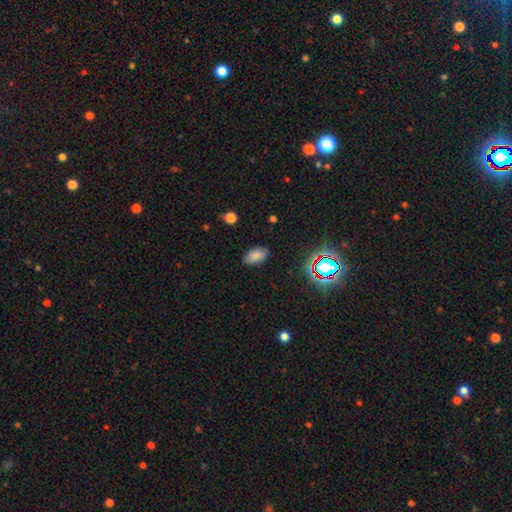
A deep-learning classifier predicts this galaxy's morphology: smooth_or_featured: smooth (p=0.81) [alt: star or artifact p=0.13]
how_rounded: in between (p=0.93) [alt: round p=0.05]
merging: none (p=0.85) [alt: minor disturbance p=0.12]